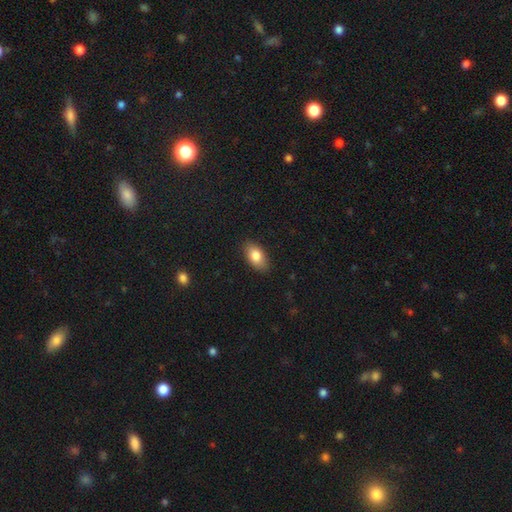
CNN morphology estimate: smooth_or_featured: smooth (p=0.82) [alt: featured or disk p=0.11]
how_rounded: in between (p=0.91) [alt: round p=0.06]
merging: none (p=0.85) [alt: minor disturbance p=0.12]